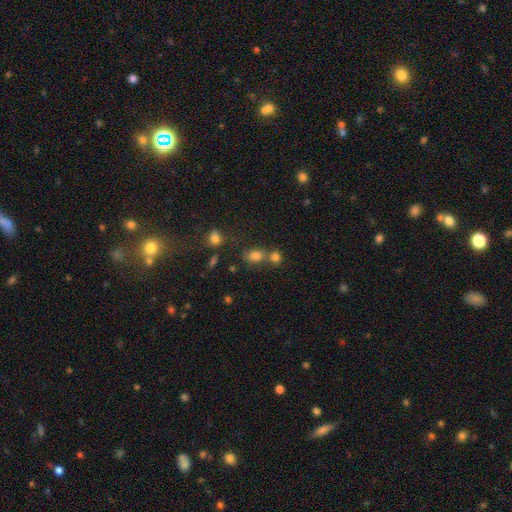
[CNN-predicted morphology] This appears to be a smooth galaxy with no disk features (74%) that is in between round and cigar-shaped (54%). Merging: none (49%).